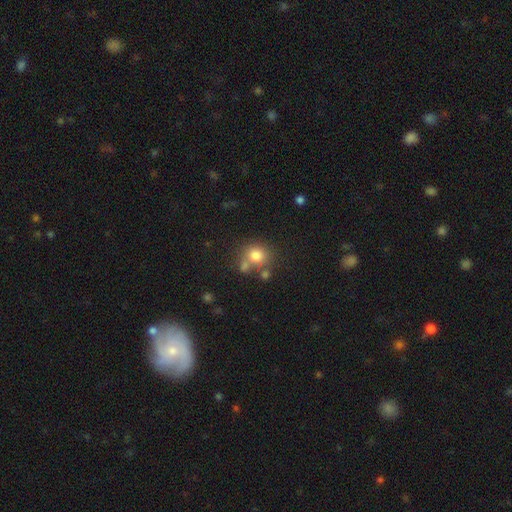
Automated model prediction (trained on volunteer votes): A smooth galaxy with no disk features (78%) that is round (81%). Merging: none (58%).